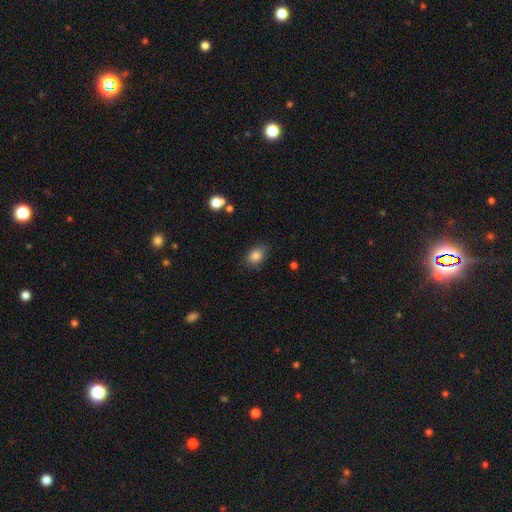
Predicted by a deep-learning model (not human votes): Overall: smooth (84%). How rounded: in between (74%). Merging: none (79%).